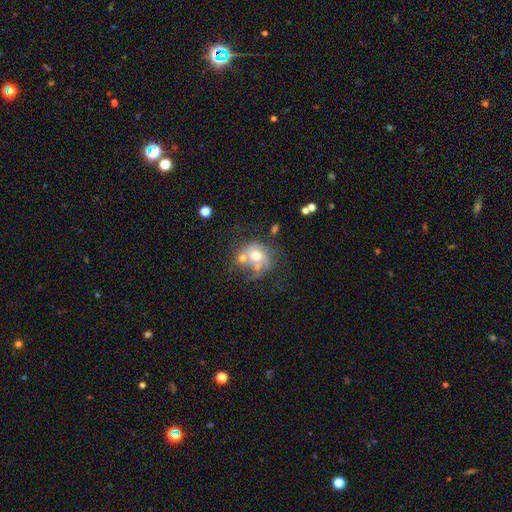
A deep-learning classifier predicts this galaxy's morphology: A smooth galaxy with no disk features (45%).

Vote fractions:
- Smooth or featured? smooth: 45% / featured or disk: 44% / star or artifact: 12%
- Merging? merger: 33% / none: 32% / major disturbance: 19% / minor disturbance: 17%